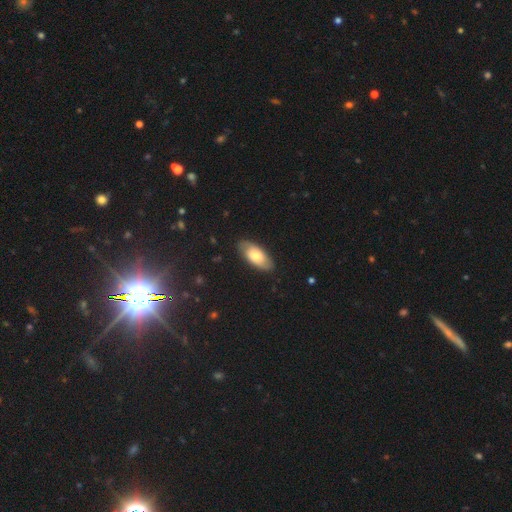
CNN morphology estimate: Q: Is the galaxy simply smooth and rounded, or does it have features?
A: smooth — 62%.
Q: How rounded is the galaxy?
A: in between — 90%.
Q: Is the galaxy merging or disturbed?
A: none — 84%.